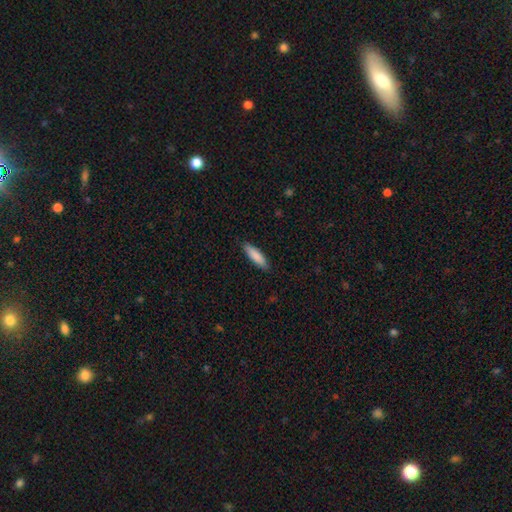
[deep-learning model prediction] Smooth or featured? smooth (87%)
How rounded? cigar-shaped (61%)
Merging? none (88%)